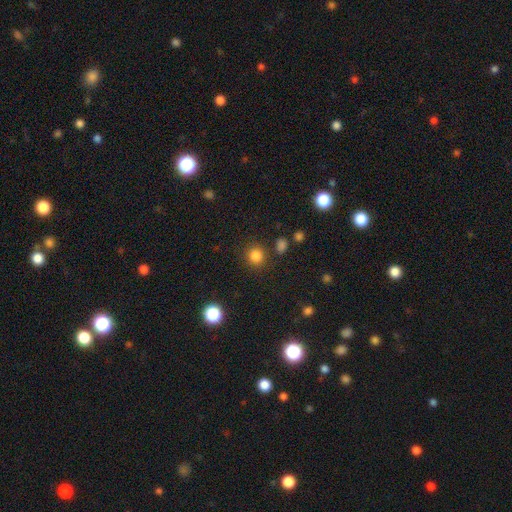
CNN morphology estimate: Smooth or featured? smooth (83%)
How rounded? round (91%)
Merging? none (86%)